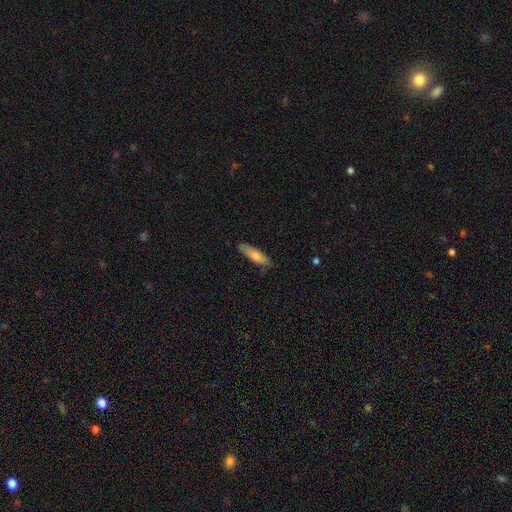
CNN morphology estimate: Smooth or featured?
  - smooth: 76% *
  - featured or disk: 19%
  - star or artifact: 6%
How rounded?
  - cigar-shaped: 66% *
  - in between: 32%
  - round: 2%
Merging?
  - none: 80% *
  - minor disturbance: 16%
  - major disturbance: 3%
  - merger: 1%